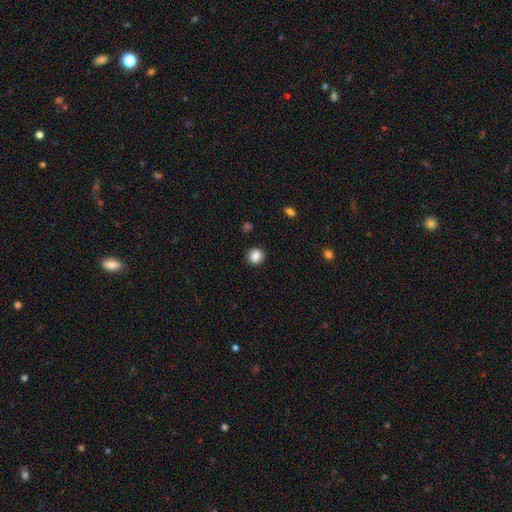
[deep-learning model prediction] A smooth galaxy with no disk features (86%) that is round (87%).

Vote fractions:
- Smooth or featured? smooth: 86% / star or artifact: 10% / featured or disk: 4%
- How rounded? round: 87% / in between: 12% / cigar-shaped: 1%
- Merging? none: 89% / minor disturbance: 7% / major disturbance: 2% / merger: 1%